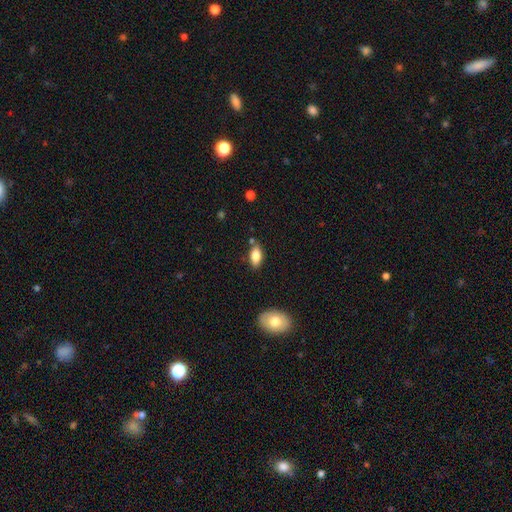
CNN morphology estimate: smooth 80%, featured or disk 12%, star or artifact 7%. Down the decision tree: how rounded — in between (88%); merging — none (77%).